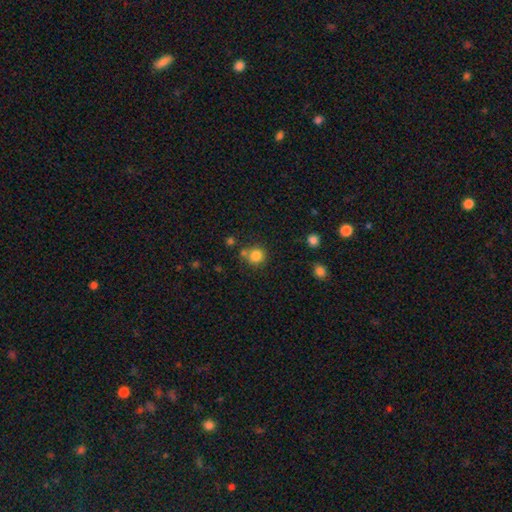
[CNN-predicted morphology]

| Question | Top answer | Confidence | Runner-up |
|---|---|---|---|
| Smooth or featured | smooth | 83% | star or artifact (12%) |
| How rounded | round | 91% | in between (8%) |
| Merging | none | 72% | merger (14%) |